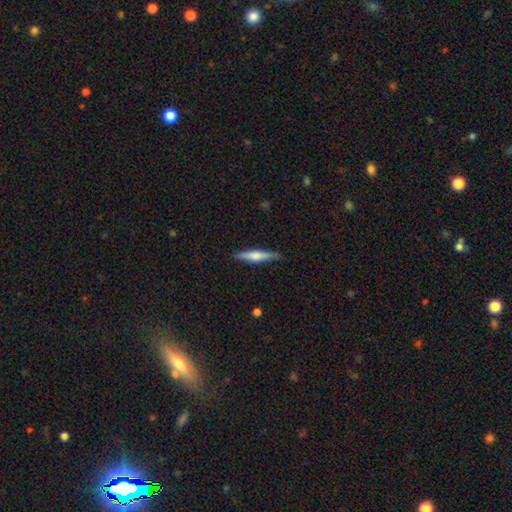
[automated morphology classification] The model was most divided on "smooth or featured": smooth: 51%, featured or disk: 43%, star or artifact: 6%. More confident: how rounded — cigar-shaped (89%); merging — none (86%).